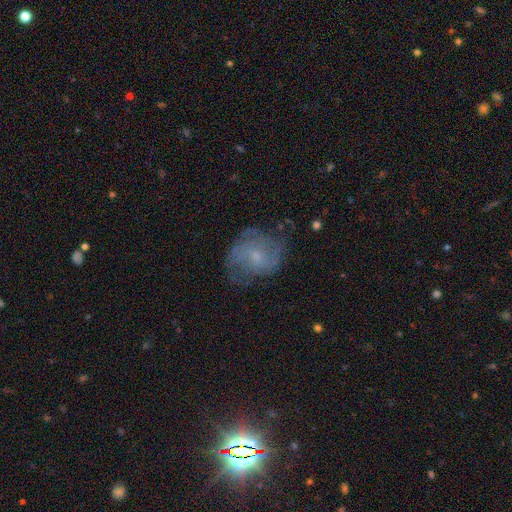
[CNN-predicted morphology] A featured or disk galaxy (60%) with no bar (67%), spiral arms (81%) and a small central bulge (67%).

Vote fractions:
- Smooth or featured? featured or disk: 60% / smooth: 30% / star or artifact: 10%
- Edge-on disk? no: 97% / yes: 3%
- Bar? no: 67% / weak: 29% / strong: 4%
- Spiral arms? yes: 81% / no: 19%
- Bulge size? small: 67% / moderate: 21% / none: 10% / large: 1% / dominant: 1%
- Merging? none: 62% / minor disturbance: 23% / major disturbance: 14% / merger: 1%